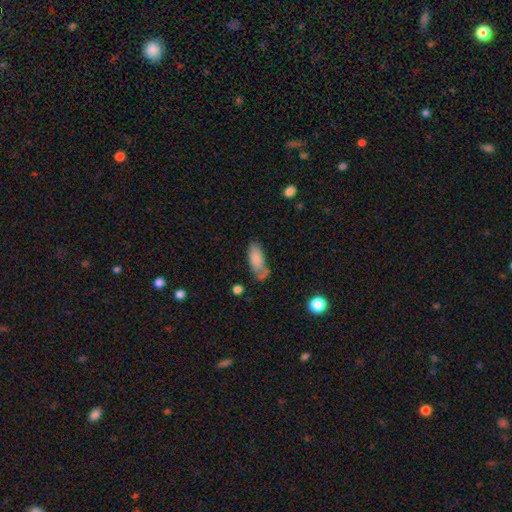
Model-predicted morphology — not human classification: Overall: smooth (77%). How rounded: in between (78%). Merging: none (50%; minor disturbance 27%).